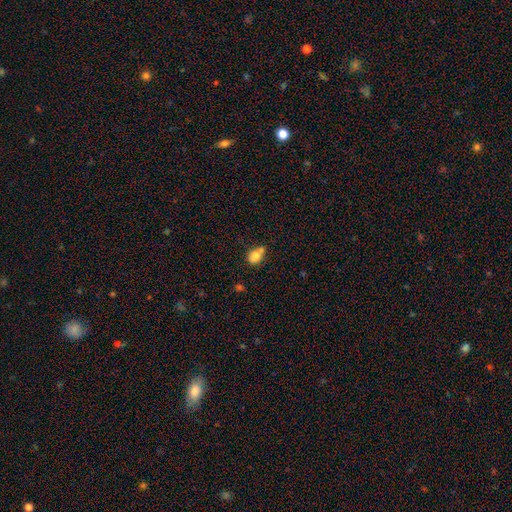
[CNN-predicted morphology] This is likely a smooth galaxy (78%). How rounded: possibly in between (57%). Merging: marginally none (40%).